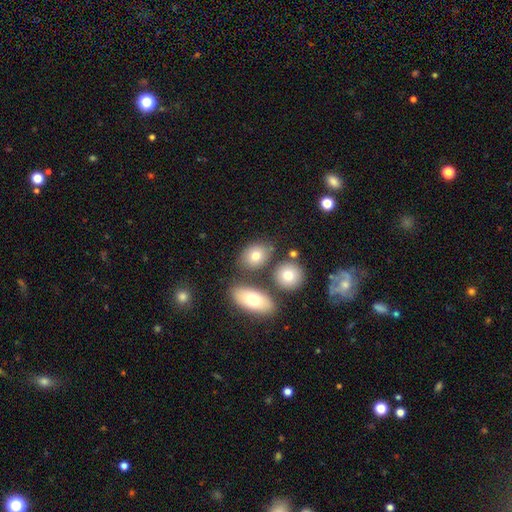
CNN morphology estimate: A smooth galaxy with no disk features (76%) that is in between round and cigar-shaped (62%). Merging: none (70%).